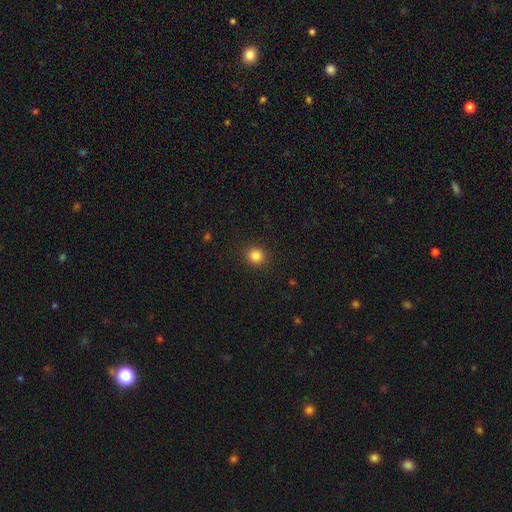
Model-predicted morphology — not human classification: Smooth or featured?
  - smooth: 84% *
  - star or artifact: 12%
  - featured or disk: 4%
How rounded?
  - round: 89% *
  - in between: 10%
  - cigar-shaped: 1%
Merging?
  - none: 92% *
  - minor disturbance: 5%
  - major disturbance: 2%
  - merger: 1%